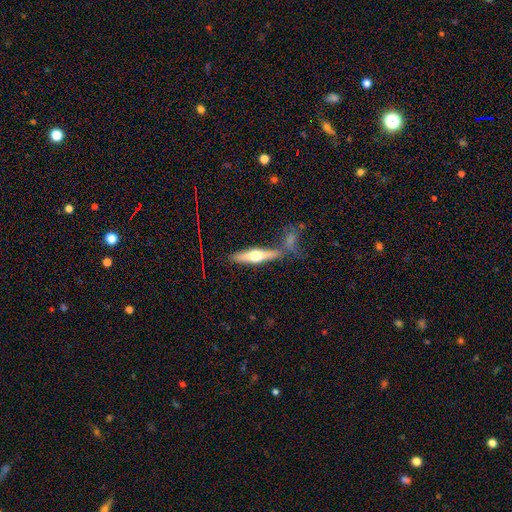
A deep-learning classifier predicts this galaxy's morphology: Smooth or featured? featured or disk (54%)
Edge-on disk? yes (93%)
Edge-on bulge? rounded (93%)
Merging? none (68%)